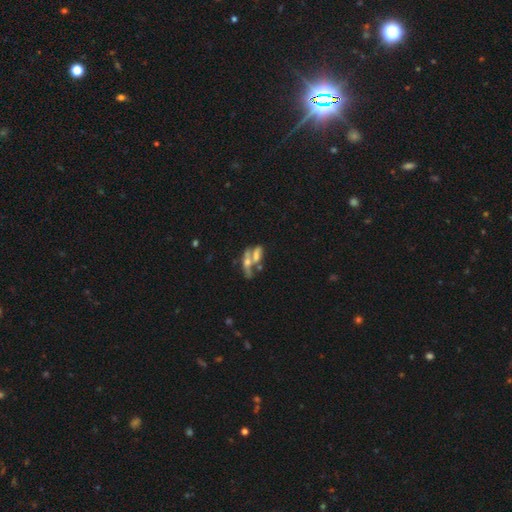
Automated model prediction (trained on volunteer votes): This appears to be a featured or disk galaxy (48%). Merging: merger (56%).